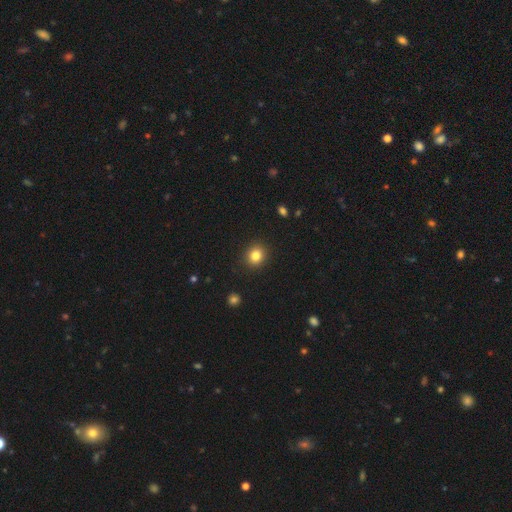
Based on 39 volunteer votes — Smooth or featured? smooth (85%)
How rounded? round (82%)
Merging? none (92%)